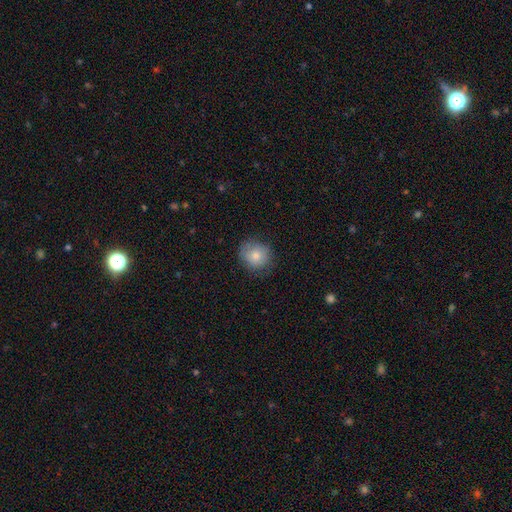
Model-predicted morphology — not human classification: This appears to be a smooth galaxy with no disk features (81%) that is round (82%). Merging: none (77%).